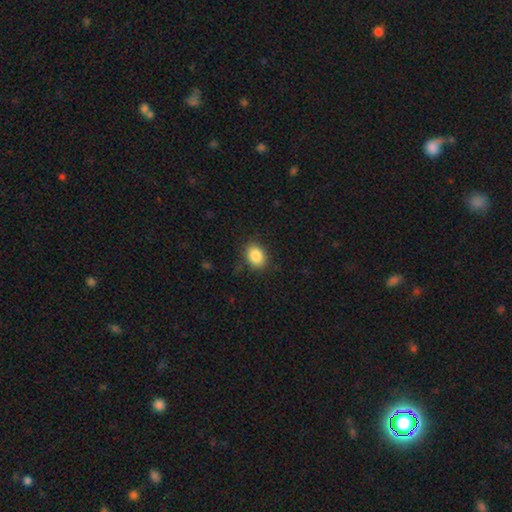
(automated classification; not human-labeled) Smooth or featured? Predicted: smooth (p=0.86). How rounded? Predicted: in between (p=0.65). Merging? Predicted: none (p=0.83).